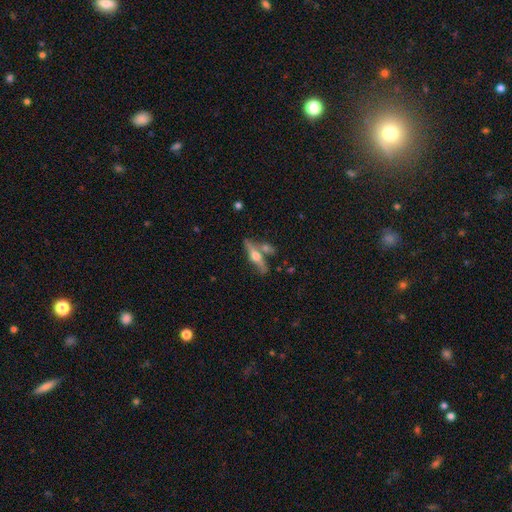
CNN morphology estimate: featured or disk 71%, smooth 23%, star or artifact 7%. Down the decision tree: edge-on disk — yes (95%); edge-on bulge — rounded (94%); merging — none (66%).